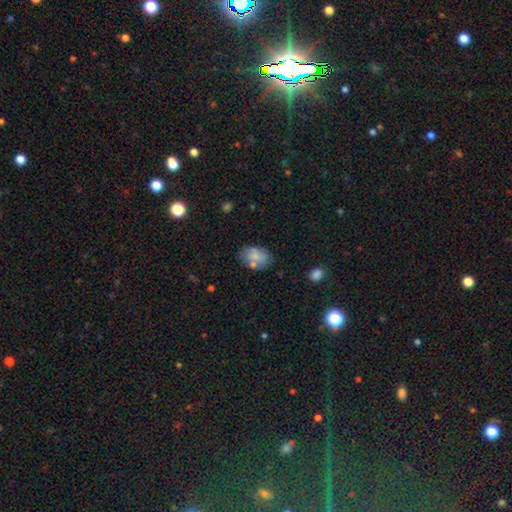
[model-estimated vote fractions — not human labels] Overall: smooth (73%). How rounded: in between (82%). Merging: none (60%; minor disturbance 21%).